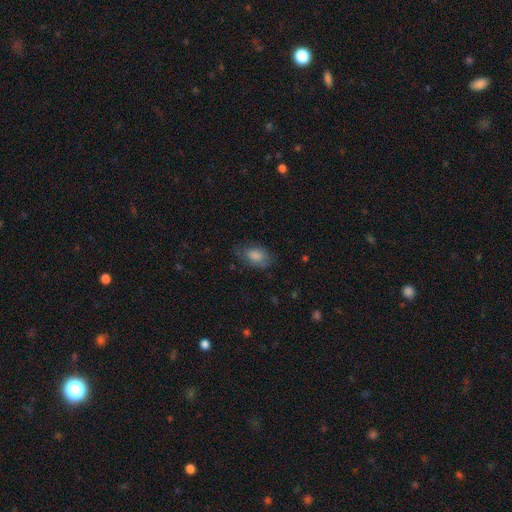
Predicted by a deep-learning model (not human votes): smooth_or_featured: smooth (p=0.82) [alt: featured or disk p=0.10]
how_rounded: in between (p=0.89) [alt: round p=0.10]
merging: none (p=0.66) [alt: minor disturbance p=0.24]